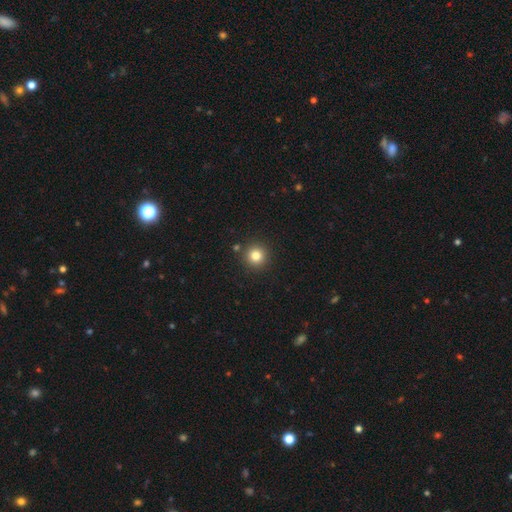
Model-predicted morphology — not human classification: Smooth or featured? smooth (81%)
How rounded? round (95%)
Merging? none (89%)